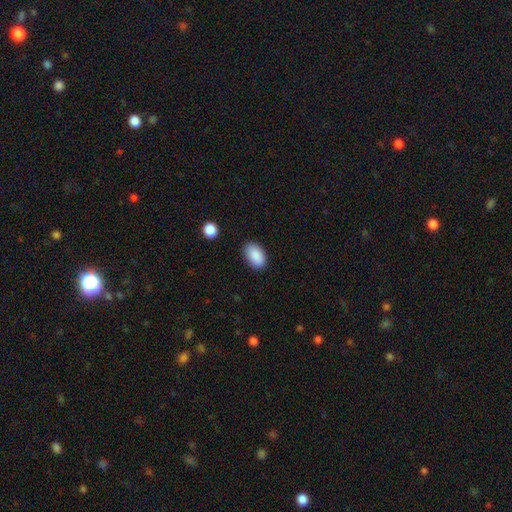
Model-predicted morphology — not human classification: A smooth galaxy with no disk features (89%) that is in between round and cigar-shaped (93%). Merging: none (86%).